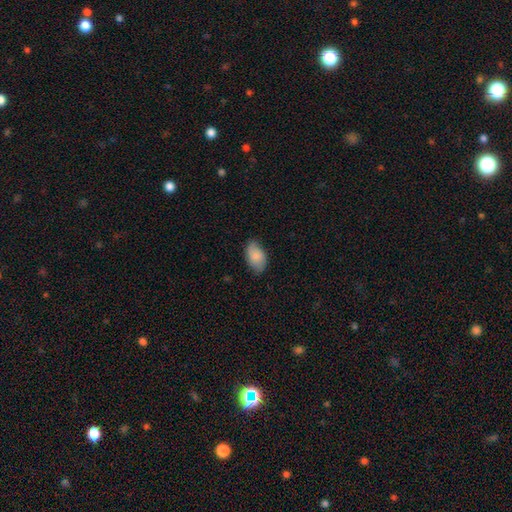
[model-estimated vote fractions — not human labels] The model was most divided on "merging": none: 74%, minor disturbance: 21%, major disturbance: 3%, merger: 1%. More confident: how rounded — in between (93%); smooth or featured — smooth (83%).